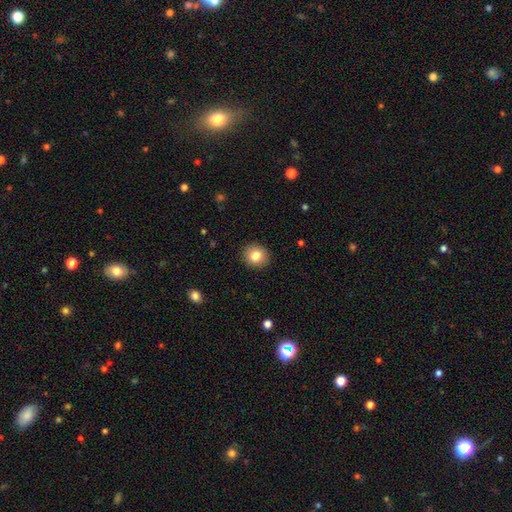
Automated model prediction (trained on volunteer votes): Smooth or featured? Predicted: smooth (p=0.82). How rounded? Predicted: round (p=0.81). Merging? Predicted: none (p=0.91).